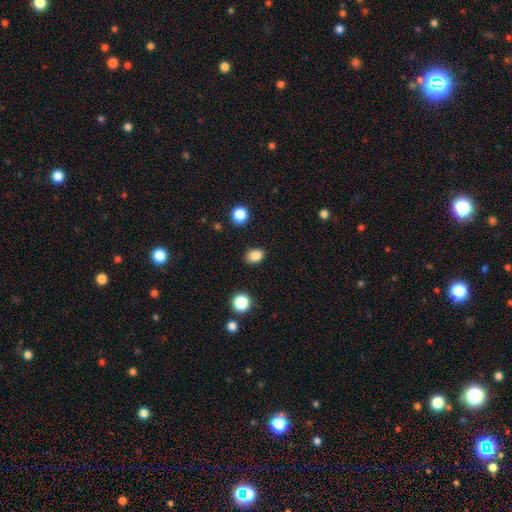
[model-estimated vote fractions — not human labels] smooth-or-featured: smooth: 85% | star or artifact: 11% | featured or disk: 5%
  how-rounded: in between: 66% | round: 33% | cigar-shaped: 1%
  merging: none: 86% | minor disturbance: 9% | major disturbance: 3% | merger: 2%